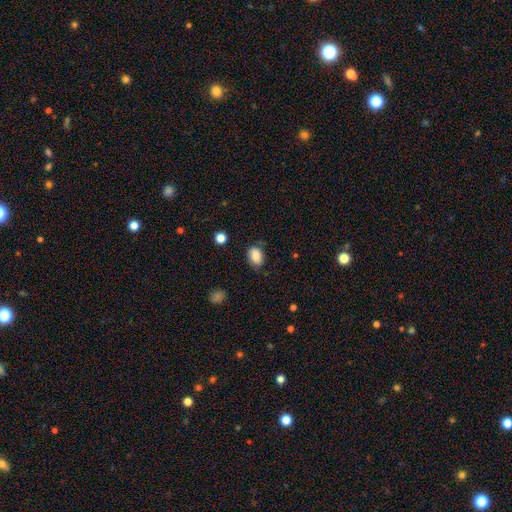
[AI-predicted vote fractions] Overall: smooth (83%). How rounded: in between (82%). Merging: none (71%).